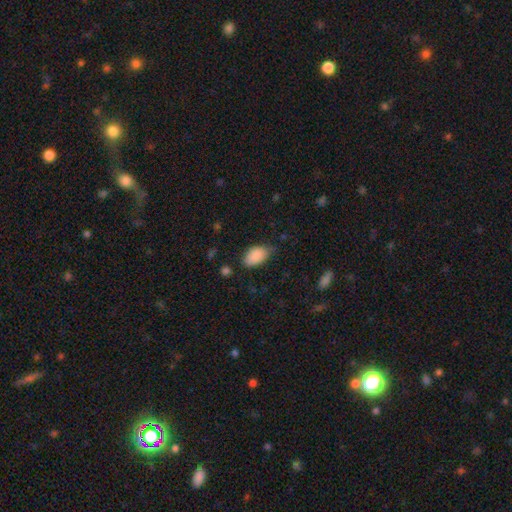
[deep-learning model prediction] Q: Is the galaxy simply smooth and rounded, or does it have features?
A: smooth — 88%.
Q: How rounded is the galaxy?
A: in between — 92%.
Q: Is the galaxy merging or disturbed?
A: none — 62%.